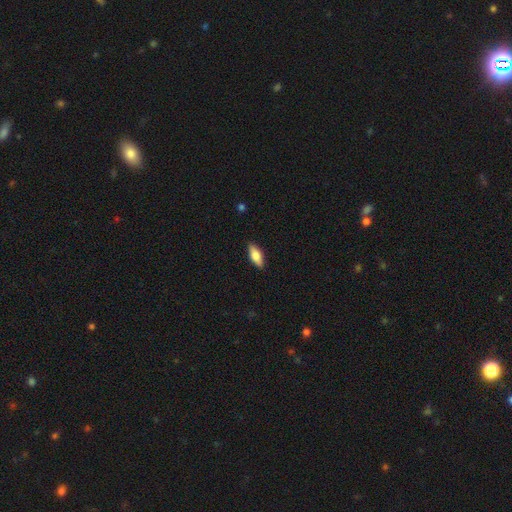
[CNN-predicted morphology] This appears to be a smooth galaxy with no disk features (73%) that is in between round and cigar-shaped (73%). Merging: none (88%).